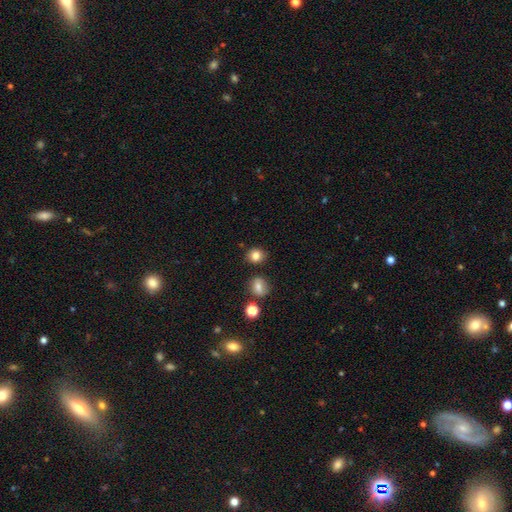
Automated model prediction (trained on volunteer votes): Q: Smooth or featured?
A: smooth (81%); runner-up: star or artifact (12%)
Q: How rounded?
A: round (78%); runner-up: in between (21%)
Q: Merging?
A: none (82%); runner-up: minor disturbance (10%)